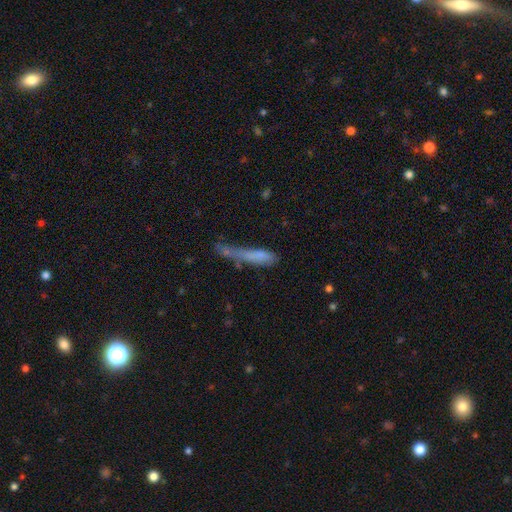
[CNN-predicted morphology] A smooth galaxy with no disk features (65%) that is cigar-shaped (83%).

Vote fractions:
- Smooth or featured? smooth: 65% / featured or disk: 24% / star or artifact: 11%
- How rounded? cigar-shaped: 83% / in between: 15% / round: 2%
- Merging? none: 28% / major disturbance: 27% / minor disturbance: 22% / merger: 22%